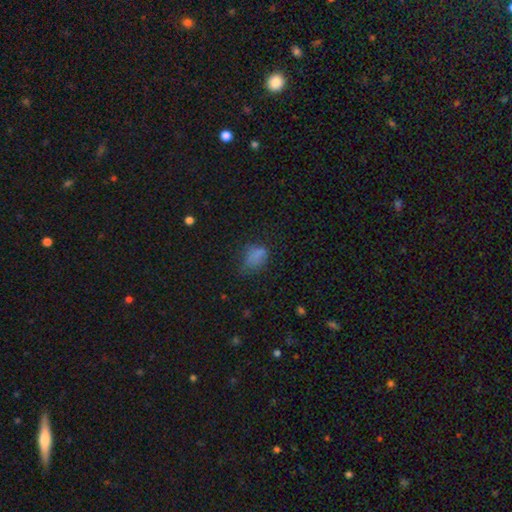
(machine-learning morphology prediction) This appears to be a smooth galaxy with no disk features (73%) that is in between round and cigar-shaped (76%). Merging: none (45%).